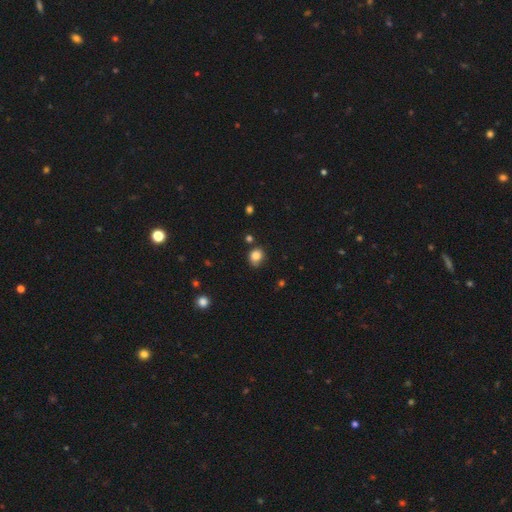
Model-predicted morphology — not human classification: Smooth or featured? smooth (83%)
How rounded? round (70%)
Merging? none (67%)